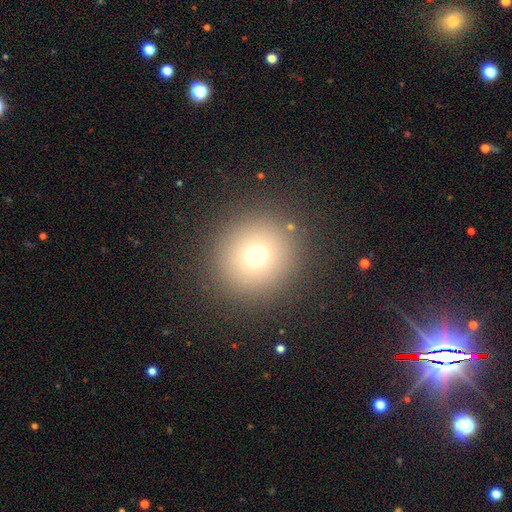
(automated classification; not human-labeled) This is likely a smooth galaxy (71%). How rounded: clearly round (93%). Merging: clearly none (90%).